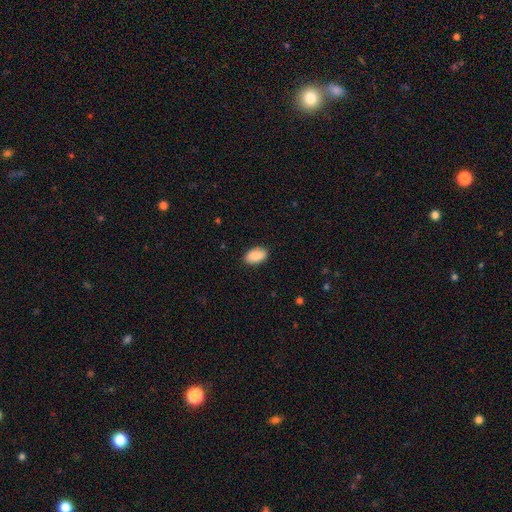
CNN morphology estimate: The model was most divided on "merging": none: 87%, minor disturbance: 9%, major disturbance: 2%, merger: 1%. More confident: how rounded — in between (94%); smooth or featured — smooth (90%).